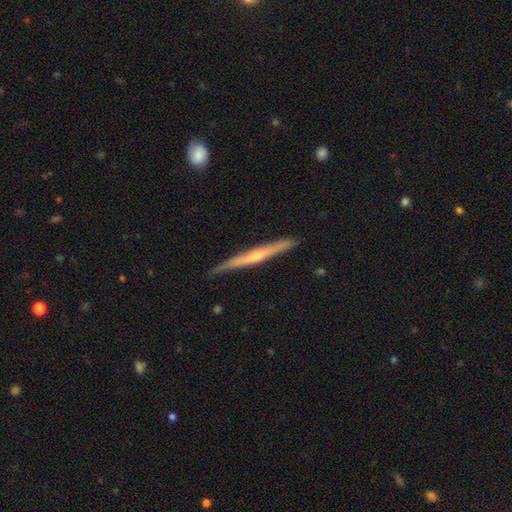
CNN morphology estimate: The model was most divided on "edge-on bulge": rounded: 62%, none: 32%, boxy: 5%. More confident: edge-on disk — yes (97%); merging — none (85%); smooth or featured — featured or disk (66%).